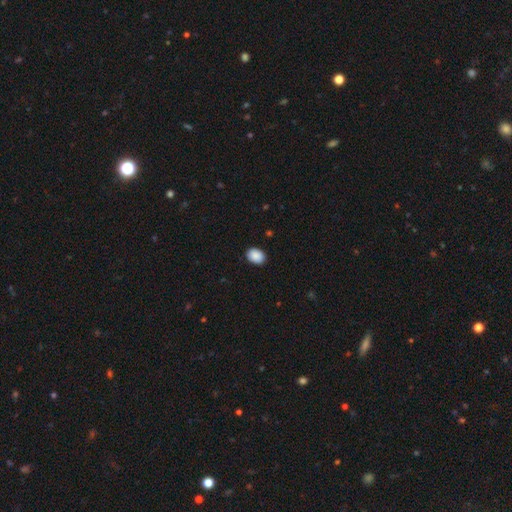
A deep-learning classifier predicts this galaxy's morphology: Smooth or featured? smooth (90%)
How rounded? in between (72%)
Merging? none (89%)